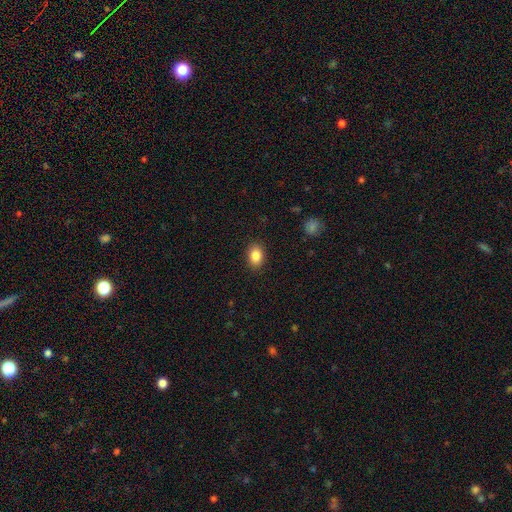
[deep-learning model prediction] A smooth galaxy with no disk features (86%) that is in between round and cigar-shaped (73%). Merging: none (89%).